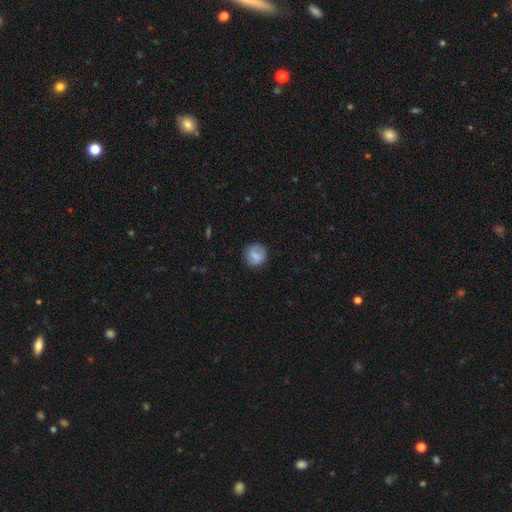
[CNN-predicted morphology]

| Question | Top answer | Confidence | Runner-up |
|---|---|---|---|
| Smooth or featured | smooth | 75% | featured or disk (18%) |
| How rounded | round | 88% | in between (11%) |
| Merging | none | 82% | minor disturbance (13%) |